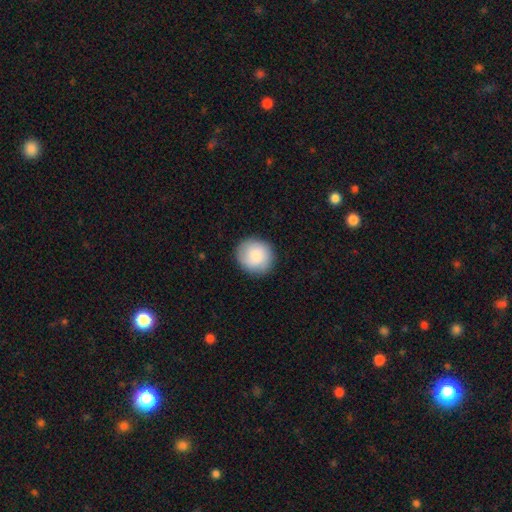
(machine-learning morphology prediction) This appears to be a smooth galaxy with no disk features (83%) that is round (89%). Merging: none (88%).